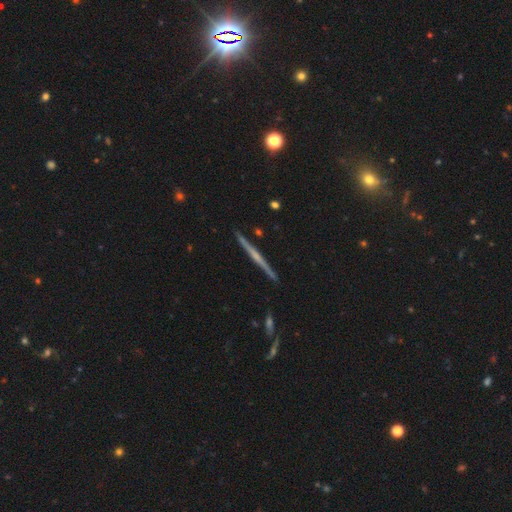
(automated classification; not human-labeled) This is likely a featured or disk galaxy (75%). It is clearly viewed edge-on (98%). Edge-on bulge: possibly rounded (51%). Merging: clearly none (91%).